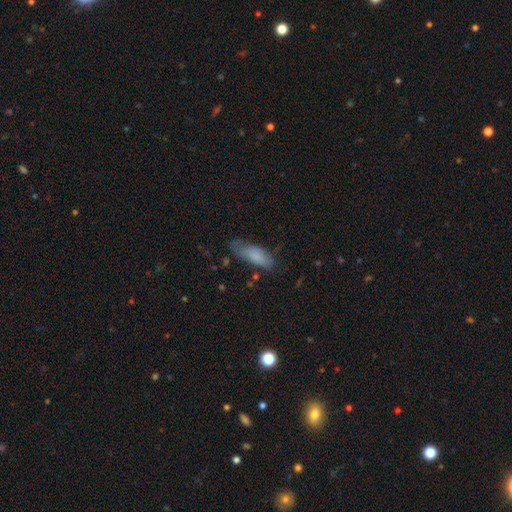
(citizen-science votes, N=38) A smooth galaxy with no disk features (84%) that is in between round and cigar-shaped (66%).

Vote fractions:
- Smooth or featured? smooth: 84% / featured or disk: 11% / star or artifact: 5%
- How rounded? in between: 66% / cigar-shaped: 34% / round: 0%
- Merging? none: 75% / minor disturbance: 14% / major disturbance: 11% / merger: 0%